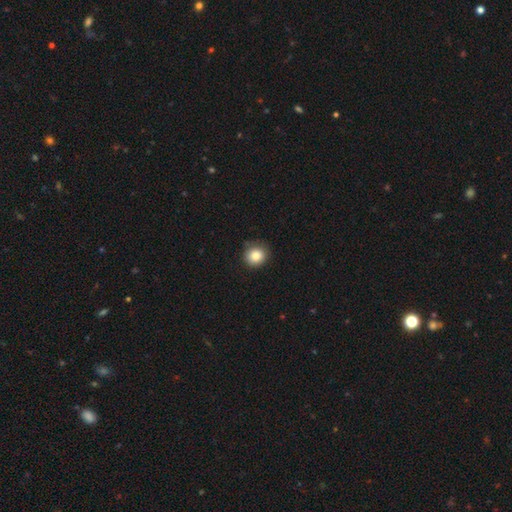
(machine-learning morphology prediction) The model was most divided on "merging": none: 84%, minor disturbance: 12%, major disturbance: 2%, merger: 1%. More confident: how rounded — round (87%); smooth or featured — smooth (84%).